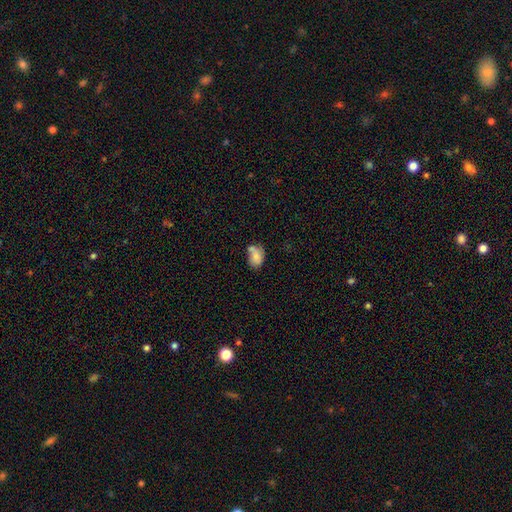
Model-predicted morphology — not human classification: Smooth or featured: smooth — 77% (featured or disk — 14%)
How rounded: in between — 75% (round — 24%)
Merging: none — 42% (merger — 29%)